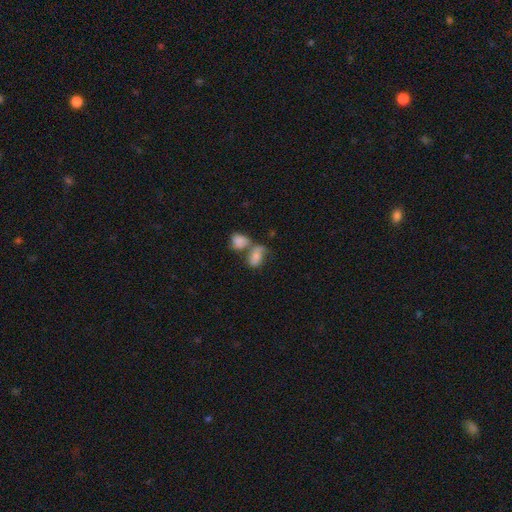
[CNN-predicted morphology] The model was most divided on "merging": merger: 54%, none: 26%, minor disturbance: 12%, major disturbance: 7%. More confident: how rounded — in between (78%); smooth or featured — smooth (66%).